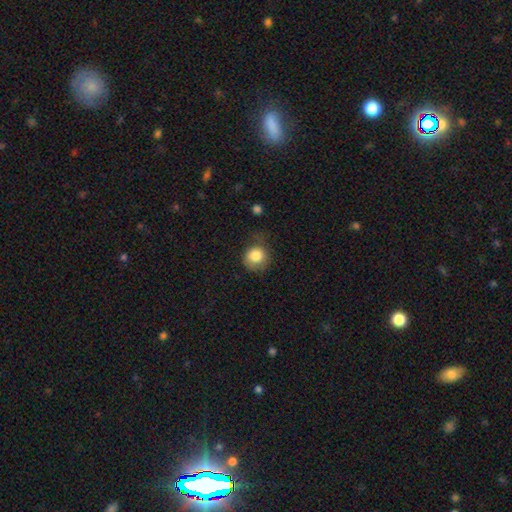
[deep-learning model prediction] smooth-or-featured: smooth: 82% | featured or disk: 9% | star or artifact: 9%
  how-rounded: round: 85% | in between: 14% | cigar-shaped: 1%
  merging: none: 56% | minor disturbance: 29% | major disturbance: 14% | merger: 2%